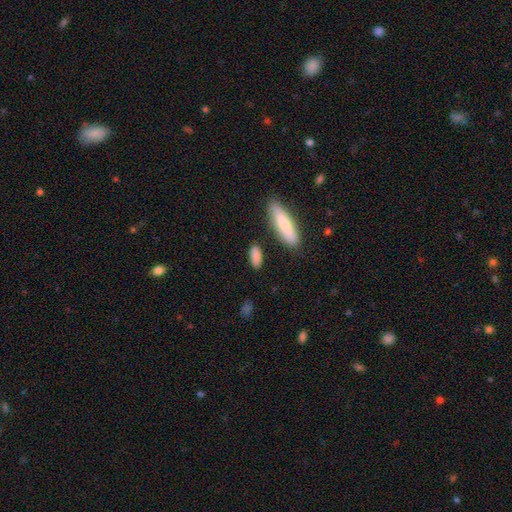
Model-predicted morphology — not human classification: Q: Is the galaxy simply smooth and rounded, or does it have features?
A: smooth — 87%.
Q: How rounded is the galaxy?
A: in between — 69%.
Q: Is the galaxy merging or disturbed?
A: none — 82%.